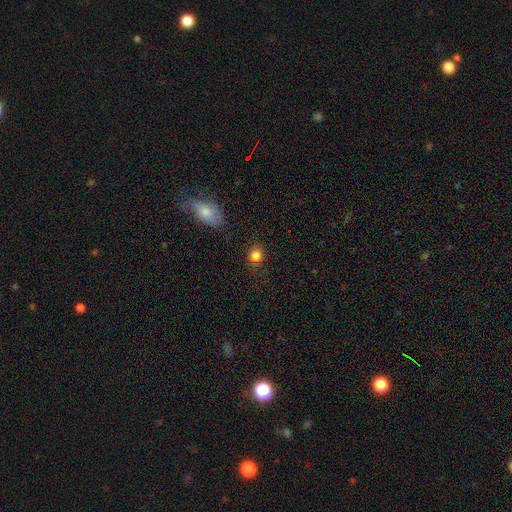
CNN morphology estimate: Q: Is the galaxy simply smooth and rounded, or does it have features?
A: smooth — 82%.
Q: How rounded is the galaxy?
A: round — 72%.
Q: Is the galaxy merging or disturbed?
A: none — 83%.